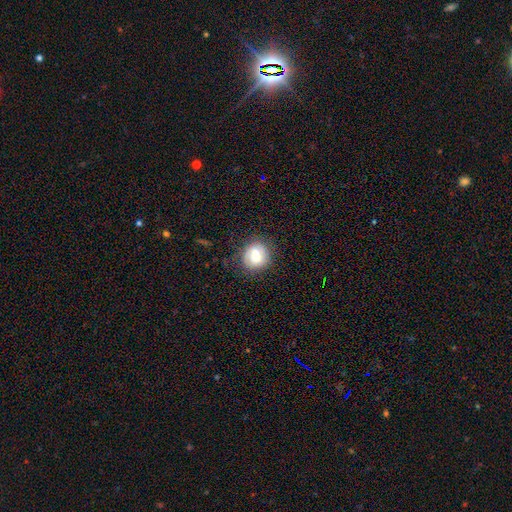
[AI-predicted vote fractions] smooth 70%, featured or disk 20%, star or artifact 9%. Down the decision tree: how rounded — round (77%); merging — none (78%).